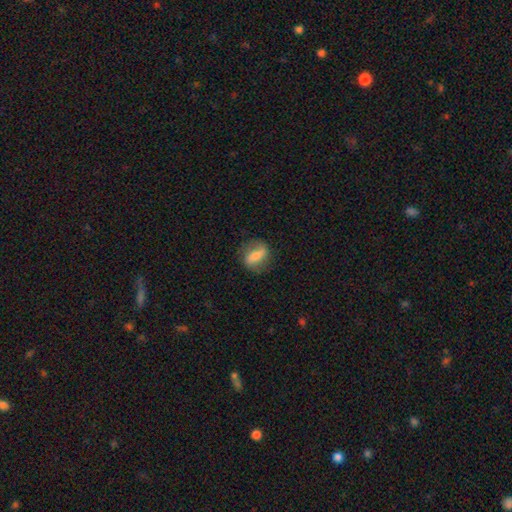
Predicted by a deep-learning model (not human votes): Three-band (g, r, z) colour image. It shows a smooth galaxy with no disk features (52%) that is in between round and cigar-shaped (65%). Merging: none (75%).